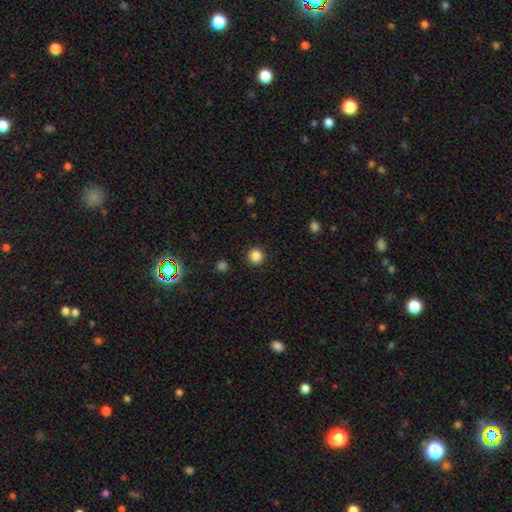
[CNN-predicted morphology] This appears to be a smooth galaxy with no disk features (86%) that is round (95%). Merging: none (91%).